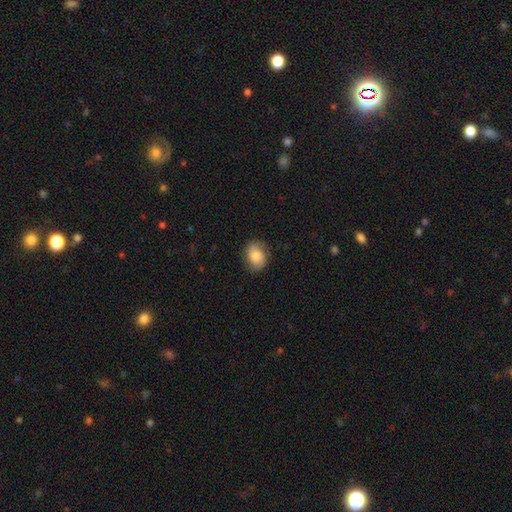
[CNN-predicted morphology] smooth_or_featured: smooth (p=0.73) [alt: featured or disk p=0.19]
how_rounded: in between (p=0.61) [alt: round p=0.38]
merging: none (p=0.75) [alt: minor disturbance p=0.18]